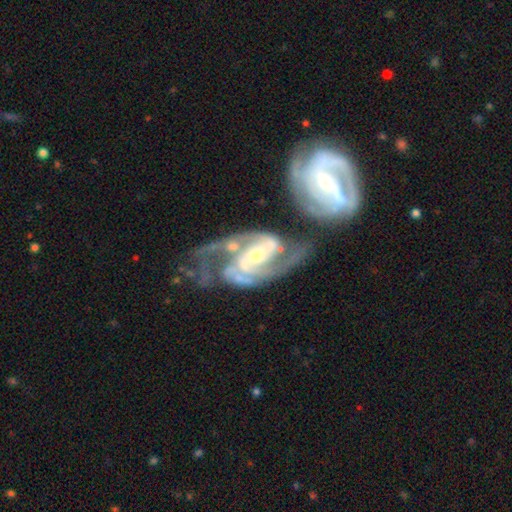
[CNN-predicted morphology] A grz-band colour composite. It shows a featured or disk galaxy (92%) with a strong bar (48%), 2 (77%) medium (53%) spiral arms (98%) and a small central bulge (59%). Merging: none (35%).